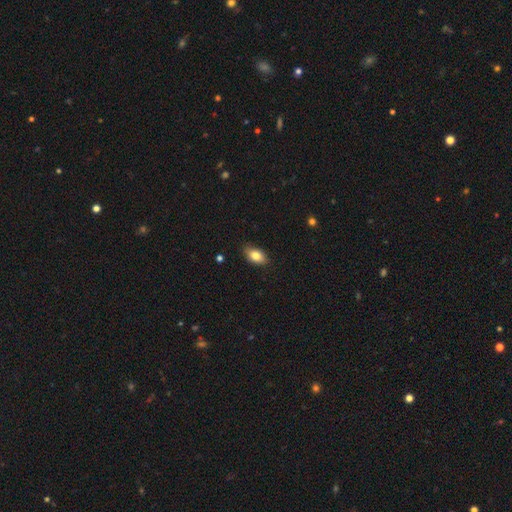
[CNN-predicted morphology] smooth_or_featured: smooth (p=0.81) [alt: featured or disk p=0.12]
how_rounded: in between (p=0.89) [alt: round p=0.08]
merging: none (p=0.85) [alt: minor disturbance p=0.12]